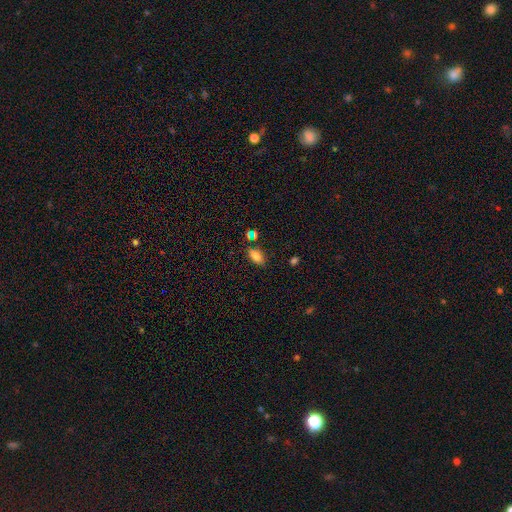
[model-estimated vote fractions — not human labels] A smooth galaxy with no disk features (82%) that is in between round and cigar-shaped (88%).

Vote fractions:
- Smooth or featured? smooth: 82% / star or artifact: 10% / featured or disk: 8%
- How rounded? in between: 88% / cigar-shaped: 8% / round: 5%
- Merging? none: 74% / minor disturbance: 13% / merger: 9% / major disturbance: 4%